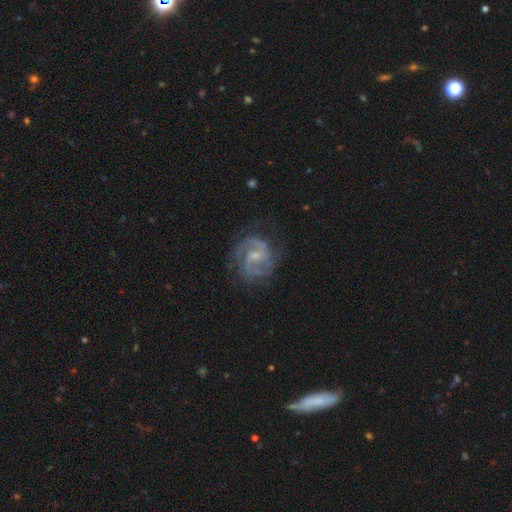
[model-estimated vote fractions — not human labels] Smooth or featured? featured or disk (90%)
Edge-on disk? no (98%)
Bar? weak (54%)
Spiral arms? yes (98%)
Spiral winding? medium (56%)
Spiral arm count? 2 (84%)
Bulge size? small (59%)
Merging? none (75%)